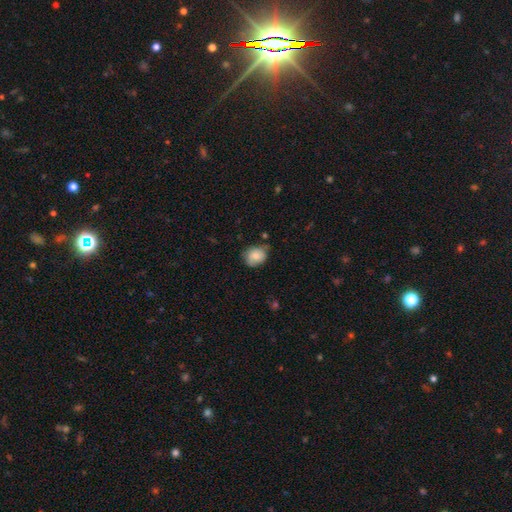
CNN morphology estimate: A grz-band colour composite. It shows a smooth galaxy with no disk features (76%) that is round (60%). Merging: none (61%).